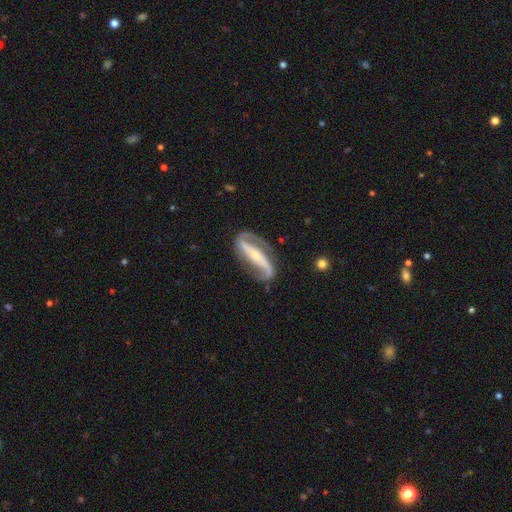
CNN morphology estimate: A featured or disk galaxy (91%) with a strong bar (70%), 2 (93%) medium (43%) spiral arms (96%) and a small central bulge (66%).

Vote fractions:
- Smooth or featured? featured or disk: 91% / smooth: 5% / star or artifact: 4%
- Edge-on disk? no: 92% / yes: 8%
- Bar? strong: 70% / no: 15% / weak: 15%
- Spiral arms? yes: 96% / no: 4%
- Spiral winding? medium: 43% / loose: 36% / tight: 21%
- Spiral arm count? 2: 93% / 1: 3% / can't tell: 2% / 3: 1% / 4: 1% / more than 4: 1%
- Bulge size? small: 66% / moderate: 28% / none: 2% / large: 2% / dominant: 1%
- Merging? none: 79% / minor disturbance: 13% / major disturbance: 6% / merger: 2%